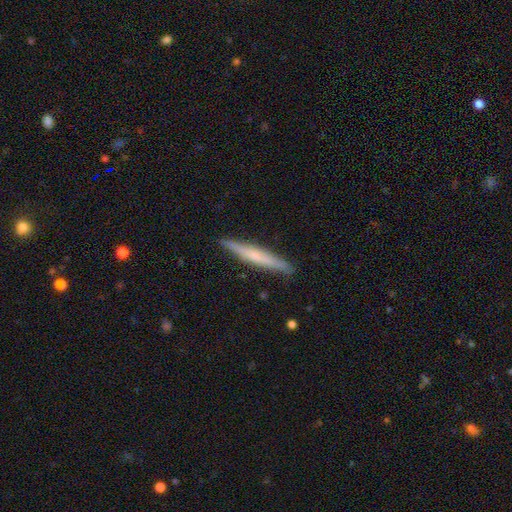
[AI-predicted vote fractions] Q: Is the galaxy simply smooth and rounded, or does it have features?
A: featured or disk — 47%, tied with smooth.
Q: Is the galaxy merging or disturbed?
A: none — 90%.